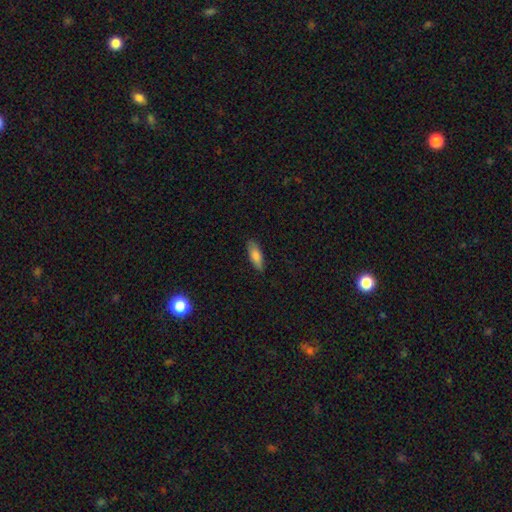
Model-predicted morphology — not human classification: Smooth or featured?
  - smooth: 79% *
  - featured or disk: 15%
  - star or artifact: 7%
How rounded?
  - in between: 65% *
  - cigar-shaped: 33%
  - round: 2%
Merging?
  - none: 83% *
  - minor disturbance: 13%
  - major disturbance: 2%
  - merger: 1%